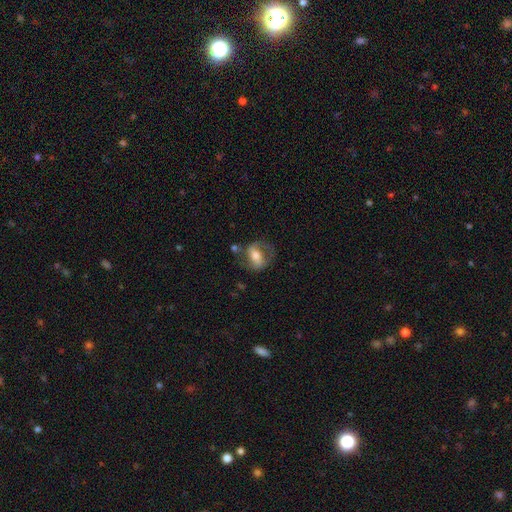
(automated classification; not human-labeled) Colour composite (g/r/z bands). It shows a featured or disk galaxy (62%) with a strong bar (44%), spiral arms (75%) and a moderate central bulge (63%). Merging: none (61%).